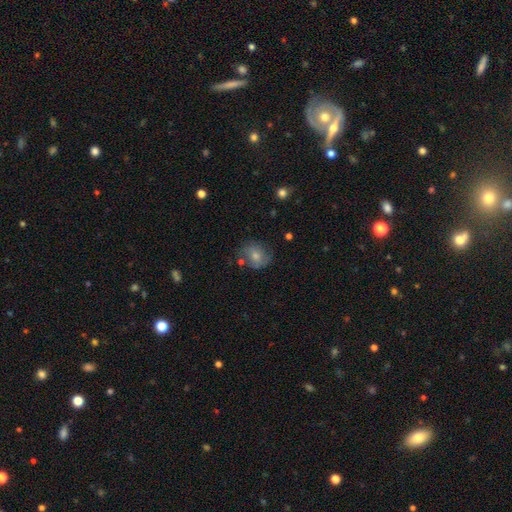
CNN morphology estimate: Smooth or featured? smooth (59%)
How rounded? round (67%)
Merging? none (65%)